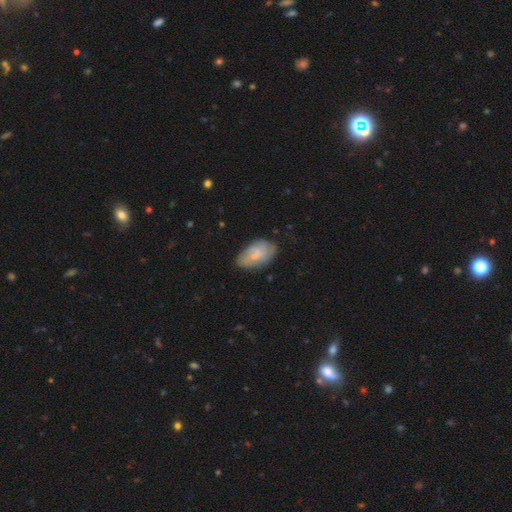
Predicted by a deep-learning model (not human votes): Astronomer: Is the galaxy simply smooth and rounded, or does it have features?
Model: smooth — 60%.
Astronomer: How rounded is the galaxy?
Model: in between — 93%.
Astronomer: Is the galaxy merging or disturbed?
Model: none — 68%.